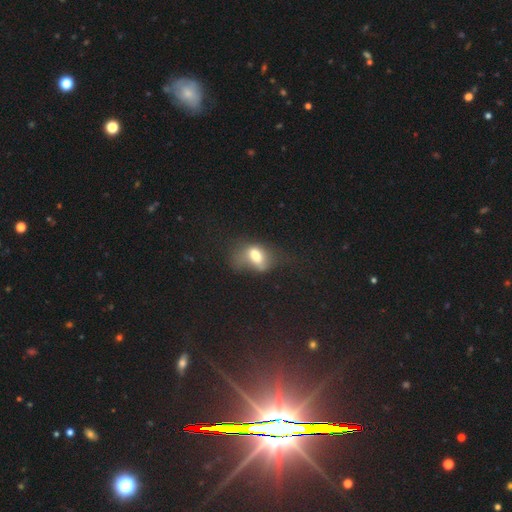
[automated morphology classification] smooth-or-featured: smooth: 66% | featured or disk: 23% | star or artifact: 11%
  how-rounded: in between: 83% | round: 13% | cigar-shaped: 5%
  merging: major disturbance: 35% | none: 32% | minor disturbance: 28% | merger: 5%